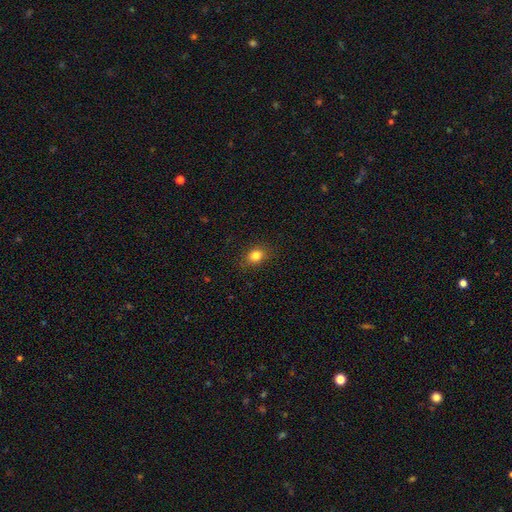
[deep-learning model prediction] Overall: smooth (82%). How rounded: round (52%; in between 47%). Merging: none (86%).